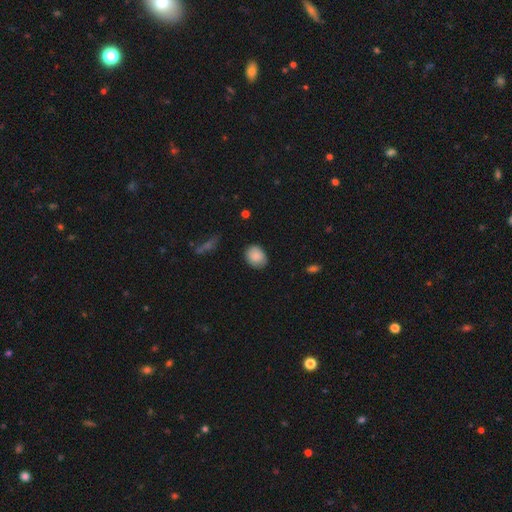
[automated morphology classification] Smooth or featured? Predicted: smooth (p=0.87). How rounded? Predicted: in between (p=0.55). Merging? Predicted: none (p=0.81).